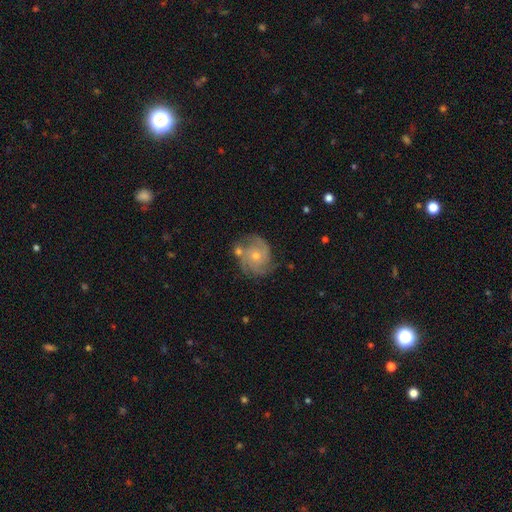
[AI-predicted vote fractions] This appears to be a featured or disk galaxy (78%) with no bar (78%), 3 (36%) tight (54%) spiral arms (93%) and a small central bulge (56%). Merging: none (69%).